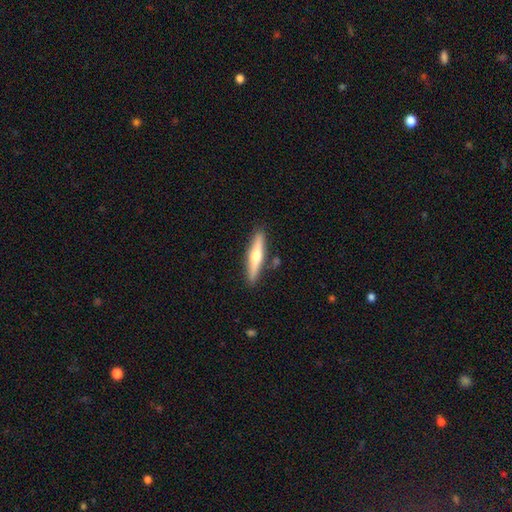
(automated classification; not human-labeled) Smooth or featured? Predicted: featured or disk (p=0.56). Edge-on disk? Predicted: yes (p=0.95). Edge-on bulge? Predicted: rounded (p=0.93). Merging? Predicted: none (p=0.86).